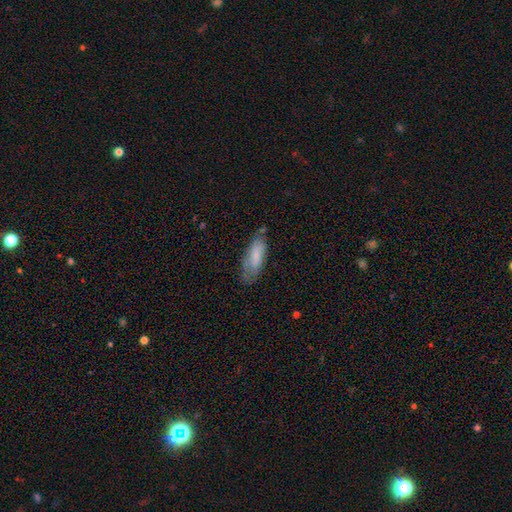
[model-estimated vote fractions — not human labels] Morphology: type=smooth (73%); roundness=in between (70%); merging=none (56%).